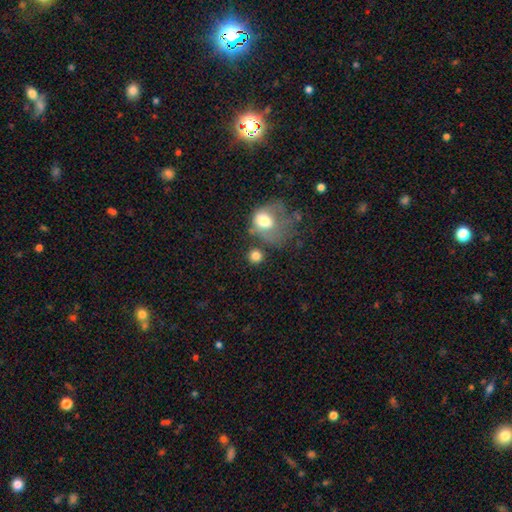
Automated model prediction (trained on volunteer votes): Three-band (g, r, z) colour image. It shows a smooth galaxy with no disk features (81%) that is round (86%). Merging: none (61%).